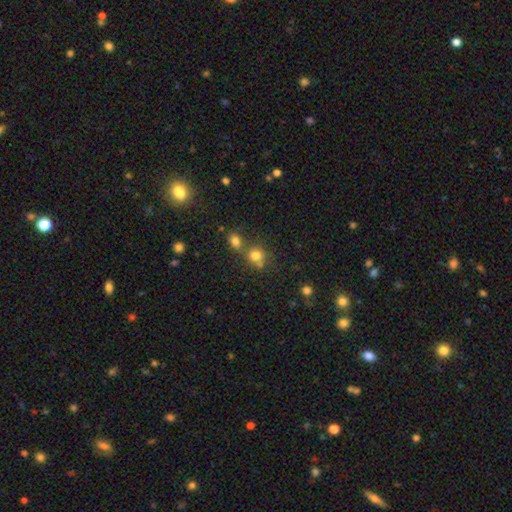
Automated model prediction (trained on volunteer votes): The model was most divided on "merging": none: 49%, merger: 37%, minor disturbance: 9%, major disturbance: 4%. More confident: how rounded — round (81%); smooth or featured — smooth (75%).